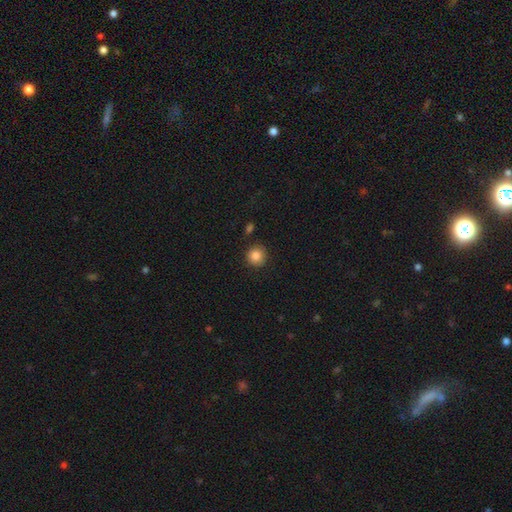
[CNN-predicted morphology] Smooth or featured? Predicted: smooth (p=0.85). How rounded? Predicted: round (p=0.94). Merging? Predicted: none (p=0.87).